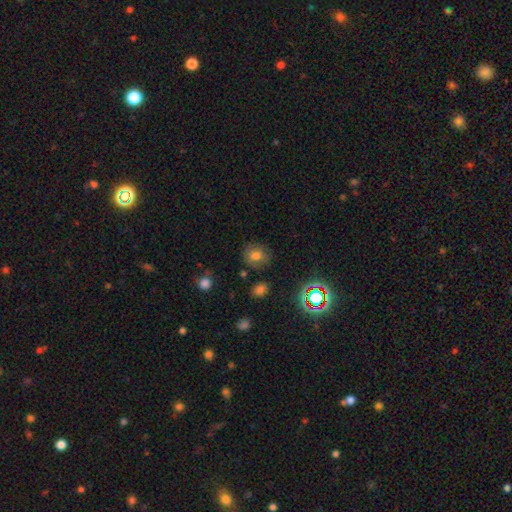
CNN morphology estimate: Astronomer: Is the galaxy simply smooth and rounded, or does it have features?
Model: smooth — 70%.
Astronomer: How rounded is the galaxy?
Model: round — 73%.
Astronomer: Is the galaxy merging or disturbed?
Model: none — 79%.